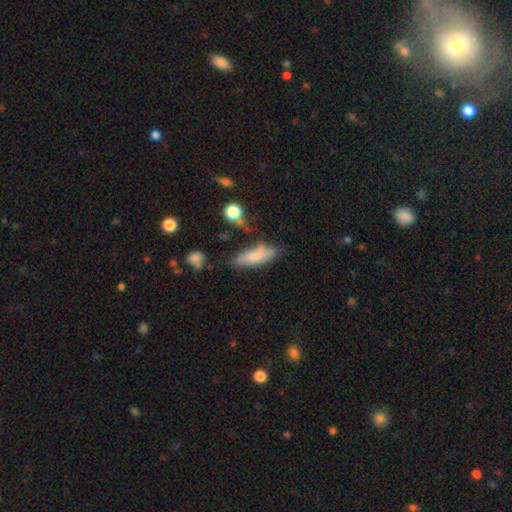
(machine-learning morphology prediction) Smooth or featured? Predicted: smooth (p=0.76). How rounded? Predicted: in between (p=0.66). Merging? Predicted: none (p=0.58).